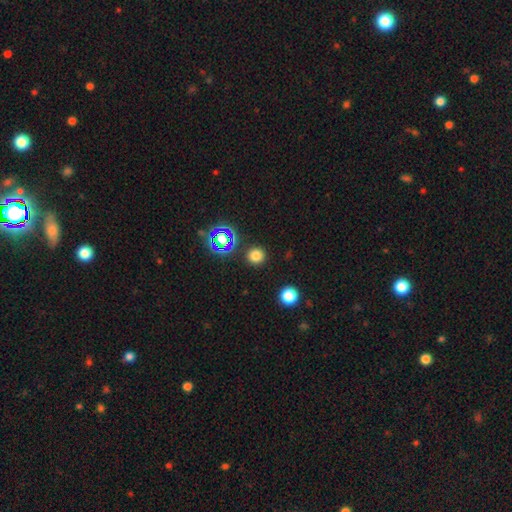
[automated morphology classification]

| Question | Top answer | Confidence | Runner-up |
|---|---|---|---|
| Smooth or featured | smooth | 73% | star or artifact (22%) |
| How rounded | round | 94% | in between (5%) |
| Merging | none | 90% | minor disturbance (6%) |